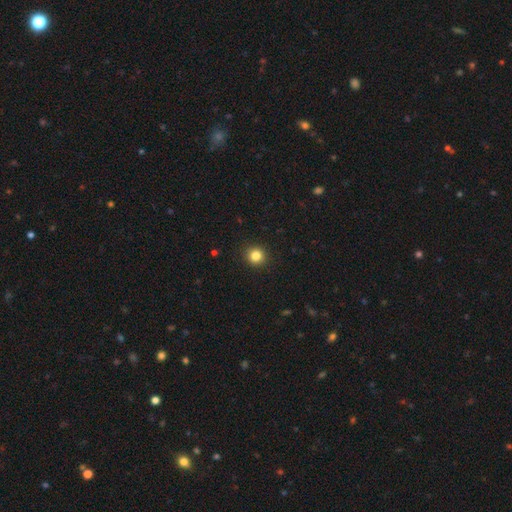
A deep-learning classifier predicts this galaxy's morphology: A smooth galaxy with no disk features (84%) that is round (92%).

Vote fractions:
- Smooth or featured? smooth: 84% / star or artifact: 12% / featured or disk: 5%
- How rounded? round: 92% / in between: 7% / cigar-shaped: 1%
- Merging? none: 93% / minor disturbance: 5% / major disturbance: 2% / merger: 1%